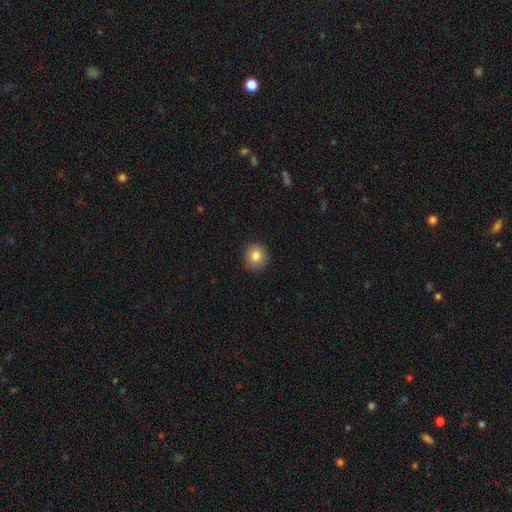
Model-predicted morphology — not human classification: A smooth galaxy with no disk features (83%) that is round (88%).

Vote fractions:
- Smooth or featured? smooth: 83% / star or artifact: 9% / featured or disk: 8%
- How rounded? round: 88% / in between: 11% / cigar-shaped: 1%
- Merging? none: 91% / minor disturbance: 7% / major disturbance: 2% / merger: 1%